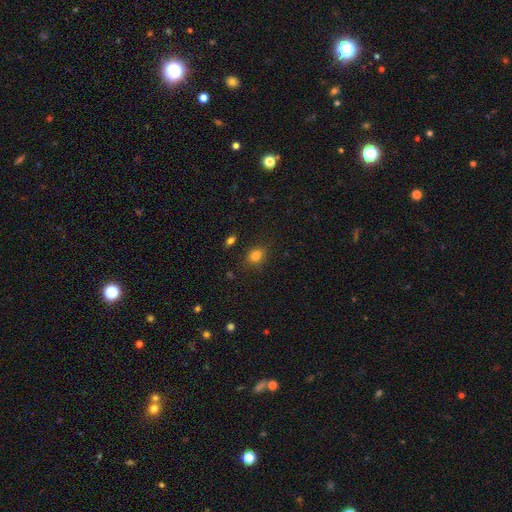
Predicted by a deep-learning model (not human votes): This is clearly a smooth galaxy (81%). How rounded: likely in between (61%). Merging: likely none (75%).